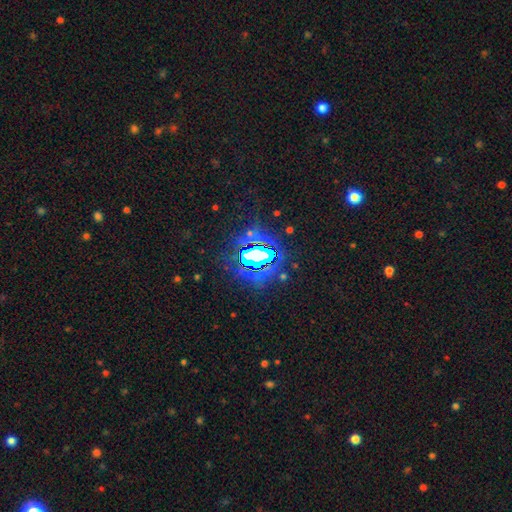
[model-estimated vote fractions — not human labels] A star or artifact, not a galaxy (83%).

Vote fractions:
- Smooth or featured? star or artifact: 83% / smooth: 9% / featured or disk: 8%